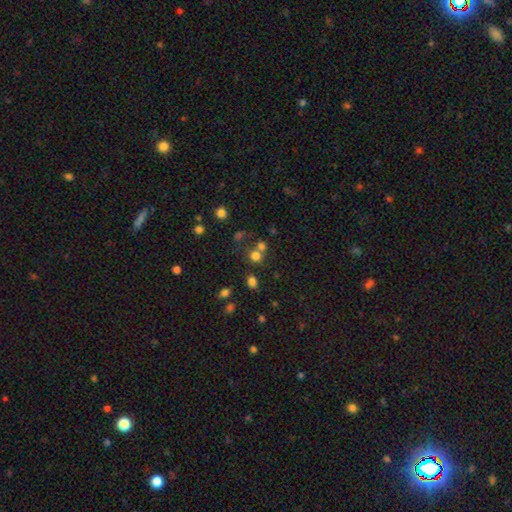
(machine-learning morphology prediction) A smooth galaxy with no disk features (72%) that is round (77%). Merging: none (55%).